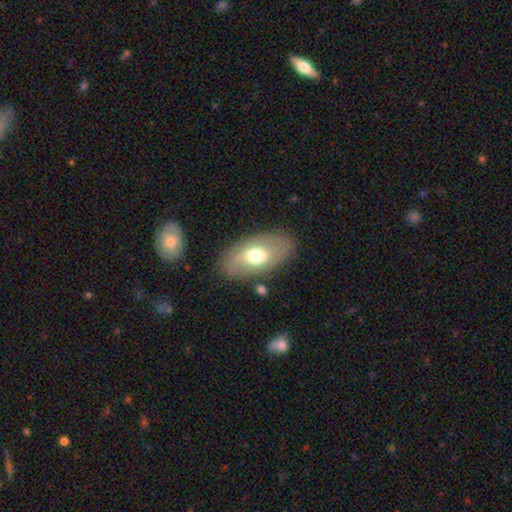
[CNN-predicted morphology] The model was most divided on "smooth or featured": smooth: 59%, featured or disk: 34%, star or artifact: 7%. More confident: how rounded — in between (92%); merging — none (81%).